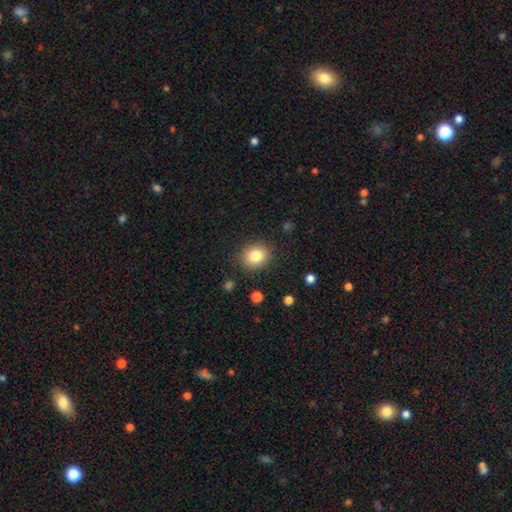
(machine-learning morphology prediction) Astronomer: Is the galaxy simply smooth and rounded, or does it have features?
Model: smooth — 82%.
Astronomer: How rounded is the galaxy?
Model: round — 68%.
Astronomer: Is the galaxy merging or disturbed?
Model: none — 87%.